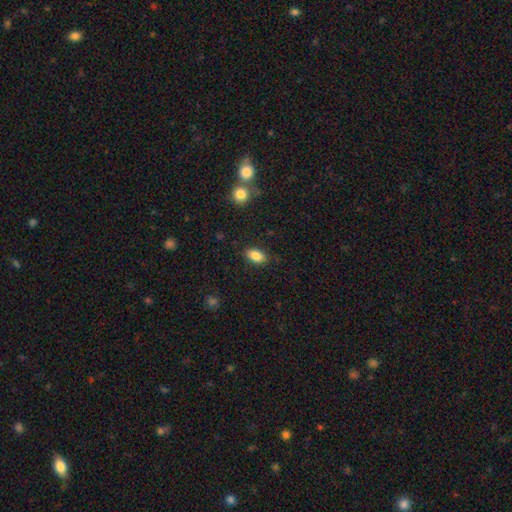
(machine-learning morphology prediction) A smooth galaxy with no disk features (84%) that is in between round and cigar-shaped (90%).

Vote fractions:
- Smooth or featured? smooth: 84% / star or artifact: 8% / featured or disk: 7%
- How rounded? in between: 90% / round: 6% / cigar-shaped: 4%
- Merging? none: 86% / minor disturbance: 10% / major disturbance: 2% / merger: 1%